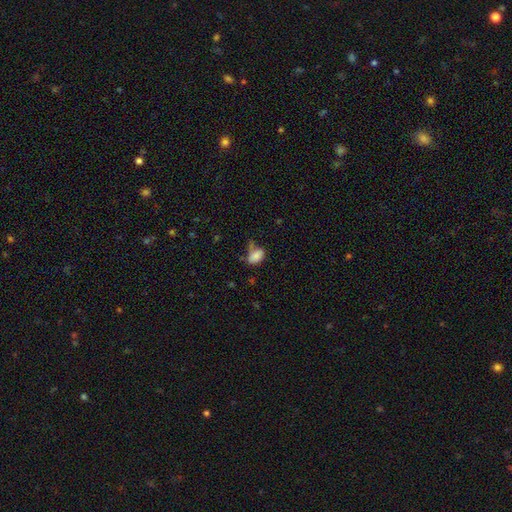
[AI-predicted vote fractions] Q: Smooth or featured?
A: smooth (82%); runner-up: star or artifact (10%)
Q: How rounded?
A: in between (89%); runner-up: round (9%)
Q: Merging?
A: none (47%); runner-up: minor disturbance (29%)